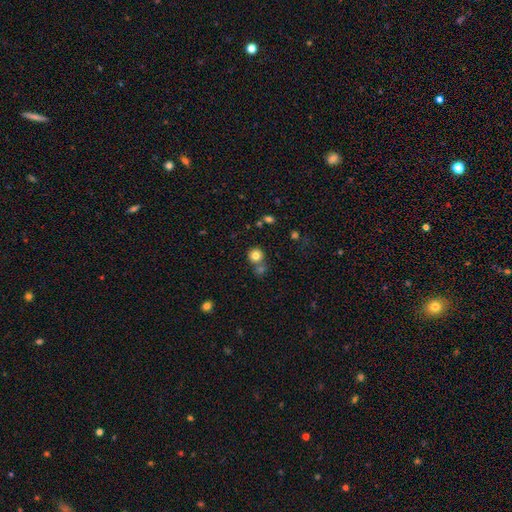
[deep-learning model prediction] Q: Smooth or featured?
A: smooth (80%); runner-up: star or artifact (12%)
Q: How rounded?
A: round (91%); runner-up: in between (8%)
Q: Merging?
A: none (68%); runner-up: merger (21%)